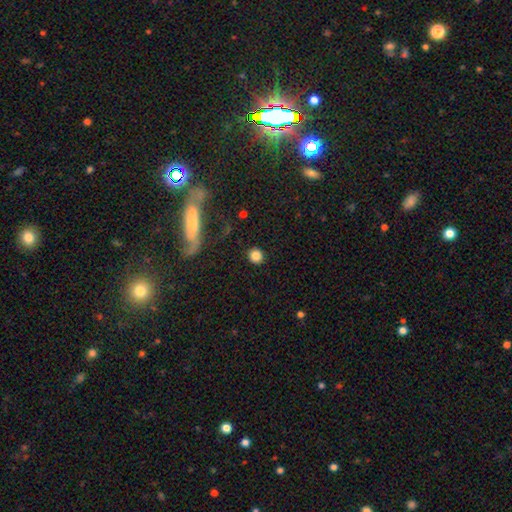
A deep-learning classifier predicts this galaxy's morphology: A smooth galaxy with no disk features (83%) that is round (88%).

Vote fractions:
- Smooth or featured? smooth: 83% / star or artifact: 11% / featured or disk: 7%
- How rounded? round: 88% / in between: 11% / cigar-shaped: 1%
- Merging? none: 89% / minor disturbance: 6% / major disturbance: 3% / merger: 2%